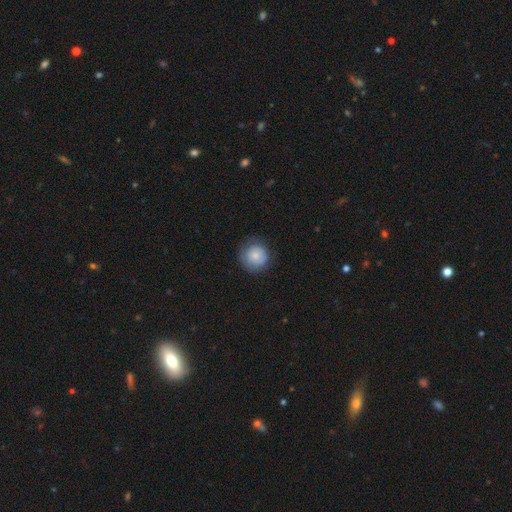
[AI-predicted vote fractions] Q: Smooth or featured?
A: smooth (74%); runner-up: featured or disk (18%)
Q: How rounded?
A: round (92%); runner-up: in between (7%)
Q: Merging?
A: none (75%); runner-up: minor disturbance (18%)